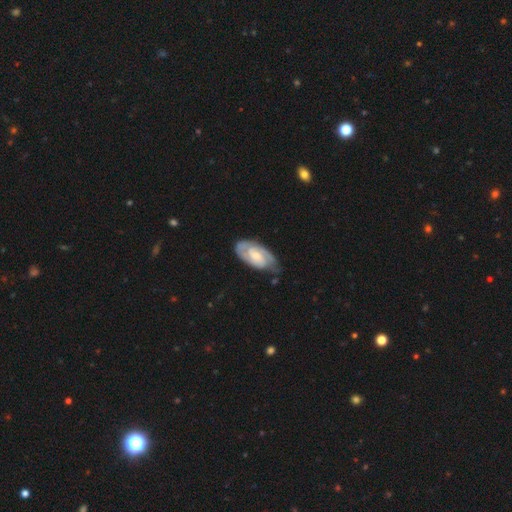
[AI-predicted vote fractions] Q: Smooth or featured?
A: featured or disk (74%); runner-up: smooth (21%)
Q: Edge-on disk?
A: no (95%); runner-up: yes (5%)
Q: Bar?
A: no (52%); runner-up: weak (40%)
Q: Spiral arms?
A: yes (92%); runner-up: no (8%)
Q: Spiral winding?
A: tight (55%); runner-up: medium (36%)
Q: Spiral arm count?
A: 2 (64%); runner-up: can't tell (20%)
Q: Bulge size?
A: moderate (43%); runner-up: small (42%)
Q: Merging?
A: none (65%); runner-up: minor disturbance (26%)